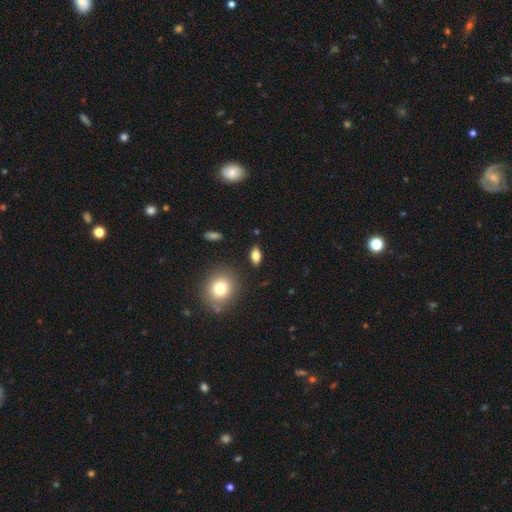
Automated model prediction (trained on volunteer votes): The model was most divided on "smooth or featured": smooth: 75%, featured or disk: 15%, star or artifact: 10%. More confident: merging — none (86%); how rounded — in between (83%).